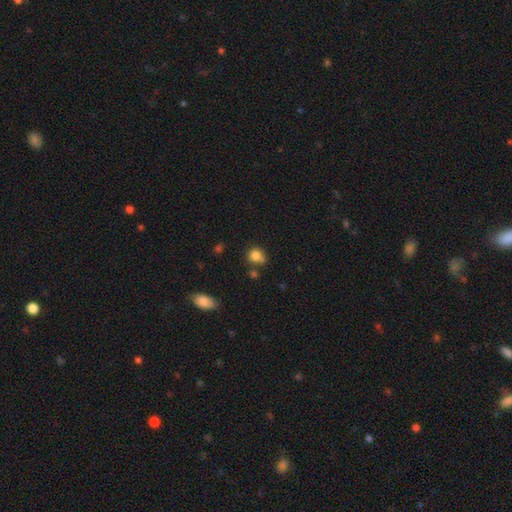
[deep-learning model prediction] A smooth galaxy with no disk features (82%) that is round (76%).

Vote fractions:
- Smooth or featured? smooth: 82% / star or artifact: 11% / featured or disk: 6%
- How rounded? round: 76% / in between: 23% / cigar-shaped: 1%
- Merging? none: 61% / minor disturbance: 20% / merger: 14% / major disturbance: 5%